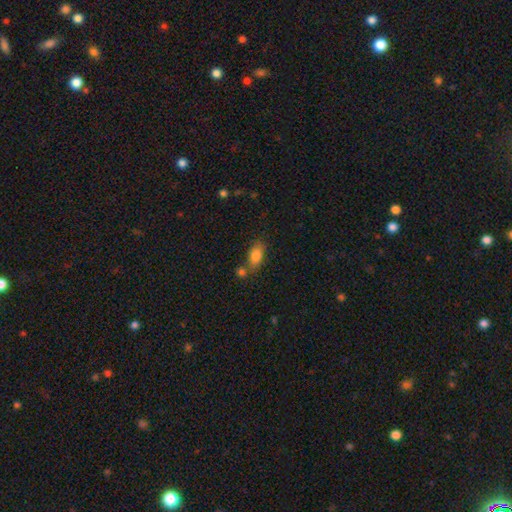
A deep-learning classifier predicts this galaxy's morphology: This appears to be a smooth galaxy with no disk features (81%) that is in between round and cigar-shaped (86%). Merging: none (60%).